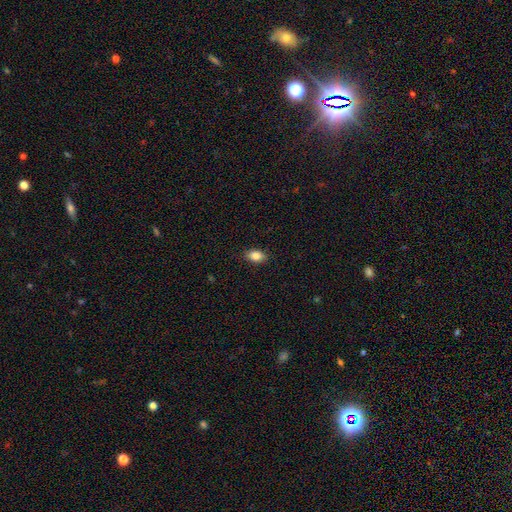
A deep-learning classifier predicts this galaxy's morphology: The model was most divided on "how rounded": in between: 86%, round: 12%, cigar-shaped: 2%. More confident: merging — none (88%); smooth or featured — smooth (85%).